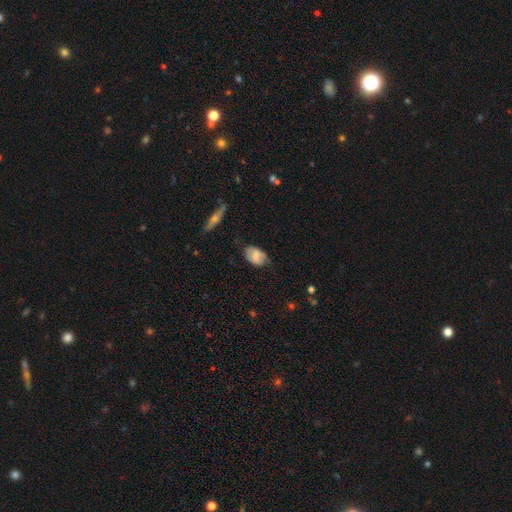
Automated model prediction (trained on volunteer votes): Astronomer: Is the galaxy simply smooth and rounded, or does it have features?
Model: smooth — 69%.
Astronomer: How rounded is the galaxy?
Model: in between — 86%.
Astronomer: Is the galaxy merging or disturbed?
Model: none — 63%.